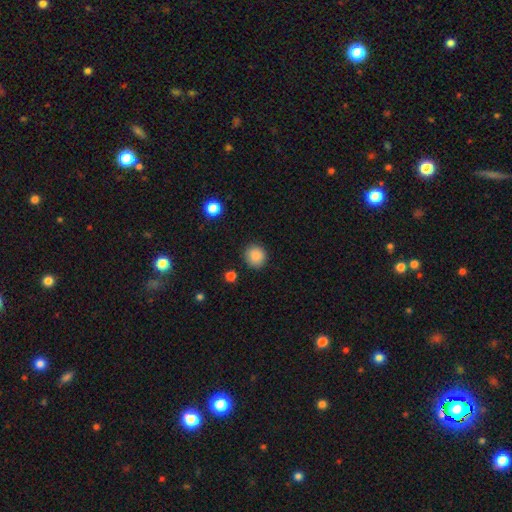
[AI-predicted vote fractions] smooth_or_featured: smooth (p=0.88) [alt: star or artifact p=0.09]
how_rounded: round (p=0.89) [alt: in between p=0.10]
merging: none (p=0.89) [alt: minor disturbance p=0.07]